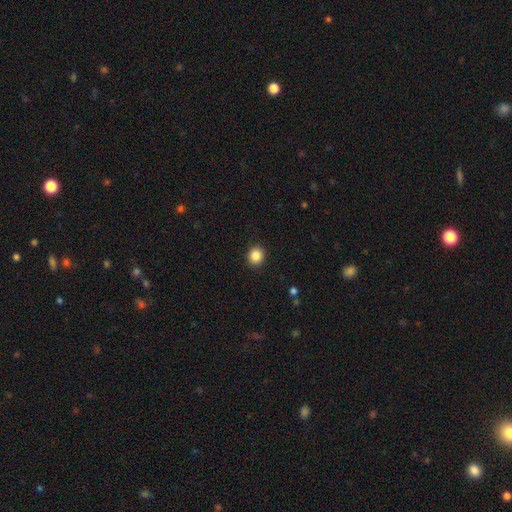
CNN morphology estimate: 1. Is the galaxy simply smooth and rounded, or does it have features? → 86% smooth, 10% star or artifact, 4% featured or disk.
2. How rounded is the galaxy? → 88% round, 12% in between, 1% cigar-shaped.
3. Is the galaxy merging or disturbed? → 92% none, 5% minor disturbance, 2% major disturbance, 1% merger.